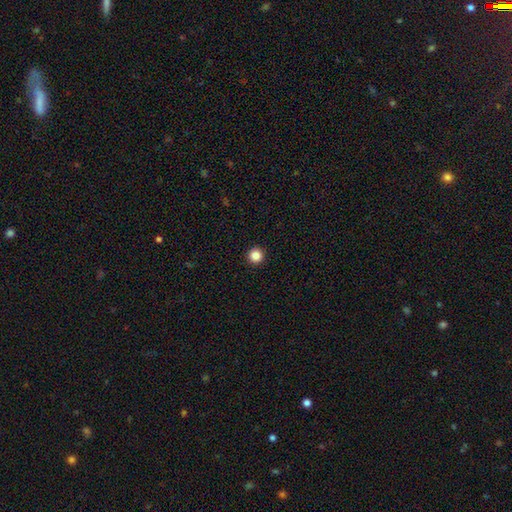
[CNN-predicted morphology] Smooth or featured: smooth — 86% (star or artifact — 11%)
How rounded: round — 97% (in between — 2%)
Merging: none — 94% (minor disturbance — 4%)